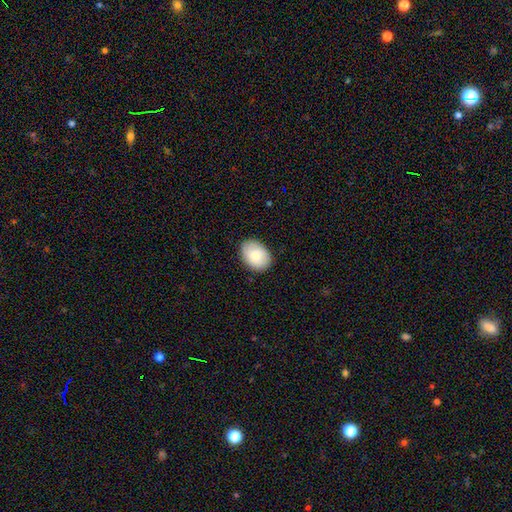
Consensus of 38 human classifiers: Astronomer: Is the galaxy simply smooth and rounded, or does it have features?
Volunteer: smooth — 89%.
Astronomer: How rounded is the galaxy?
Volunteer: in between — 62% (runner-up: round, 38%).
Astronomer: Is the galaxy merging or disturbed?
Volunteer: none — 82%.